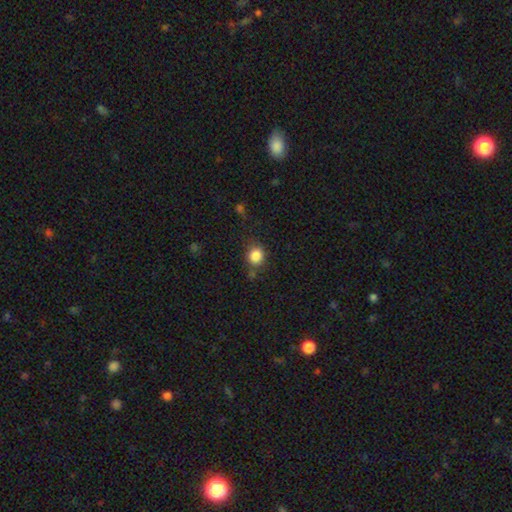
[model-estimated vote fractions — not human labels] Smooth or featured?
  - smooth: 85% *
  - star or artifact: 10%
  - featured or disk: 5%
How rounded?
  - round: 78% *
  - in between: 21%
  - cigar-shaped: 1%
Merging?
  - none: 71% *
  - minor disturbance: 17%
  - merger: 6%
  - major disturbance: 5%